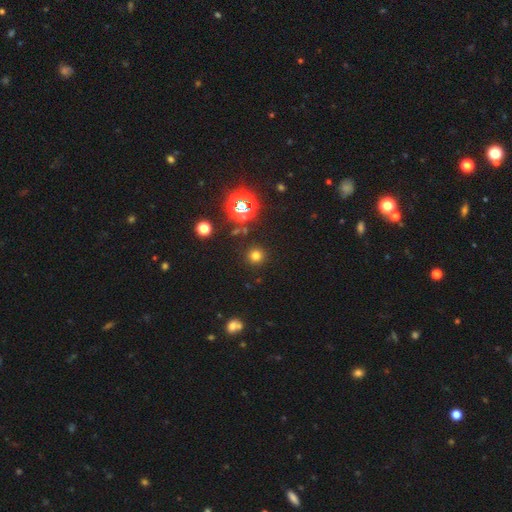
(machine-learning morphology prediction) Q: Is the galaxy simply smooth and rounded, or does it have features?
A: smooth — 69%.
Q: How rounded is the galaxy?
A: round — 94%.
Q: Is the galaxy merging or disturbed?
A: none — 89%.